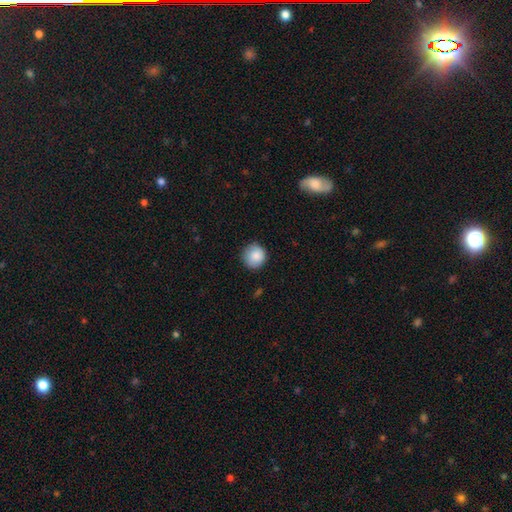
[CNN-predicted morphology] A smooth galaxy with no disk features (86%) that is round (93%). Merging: none (85%).